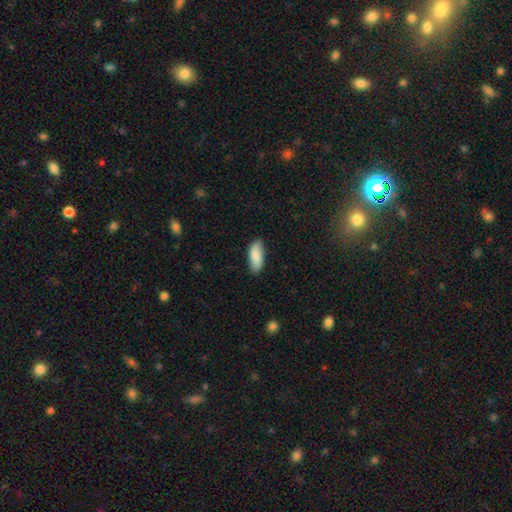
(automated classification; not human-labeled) This appears to be a smooth galaxy with no disk features (88%) that is in between round and cigar-shaped (81%). Merging: none (83%).